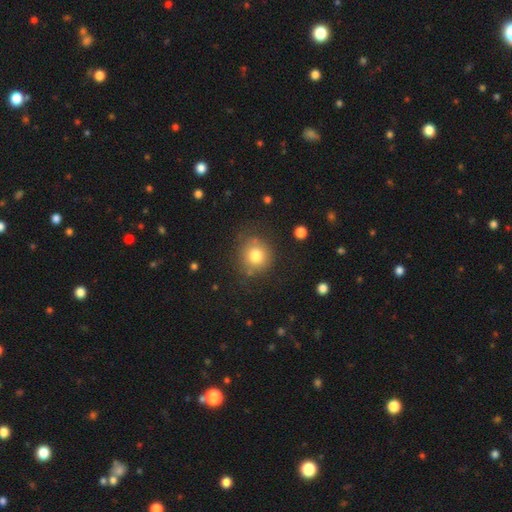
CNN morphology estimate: smooth 79%, star or artifact 11%, featured or disk 10%. Down the decision tree: how rounded — round (87%); merging — none (77%).